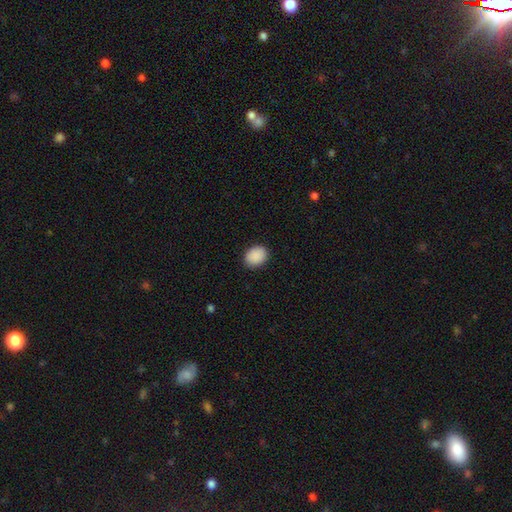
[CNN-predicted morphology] The model was most divided on "how rounded": in between: 61%, round: 38%, cigar-shaped: 1%. More confident: smooth or featured — smooth (90%); merging — none (88%).